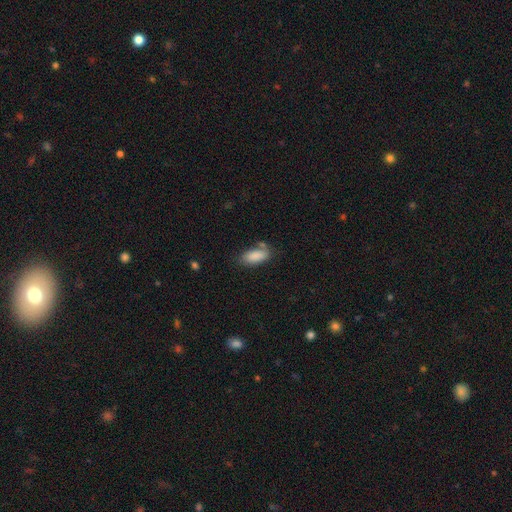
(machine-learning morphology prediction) smooth 87%, star or artifact 7%, featured or disk 6%. Down the decision tree: how rounded — in between (85%); merging — none (65%).